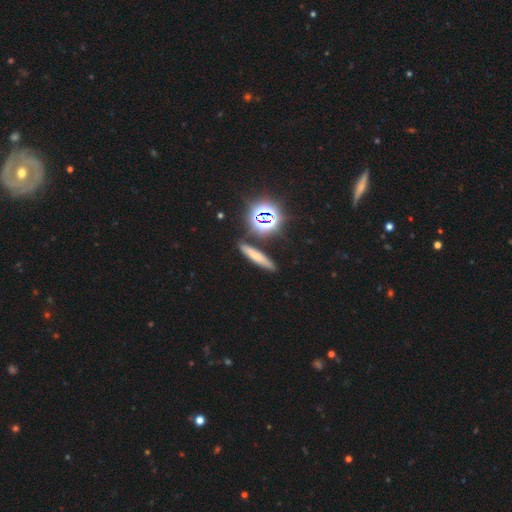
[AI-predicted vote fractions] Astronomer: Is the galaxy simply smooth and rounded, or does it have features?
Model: smooth — 58%.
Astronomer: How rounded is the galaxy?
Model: cigar-shaped — 75%.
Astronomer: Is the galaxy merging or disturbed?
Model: none — 84%.